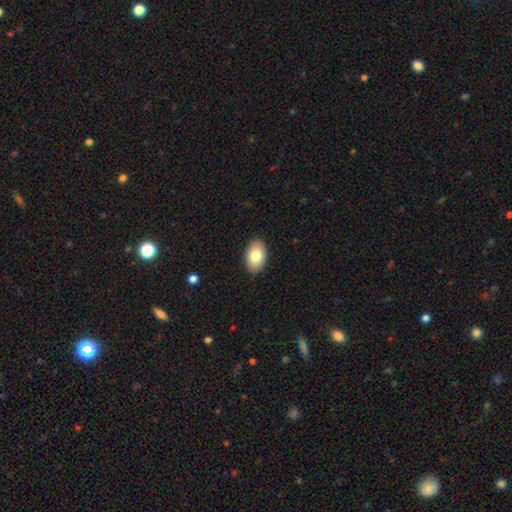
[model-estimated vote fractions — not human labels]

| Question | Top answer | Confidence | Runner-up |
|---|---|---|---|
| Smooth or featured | smooth | 81% | featured or disk (12%) |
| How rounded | in between | 90% | round (8%) |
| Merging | none | 89% | minor disturbance (8%) |